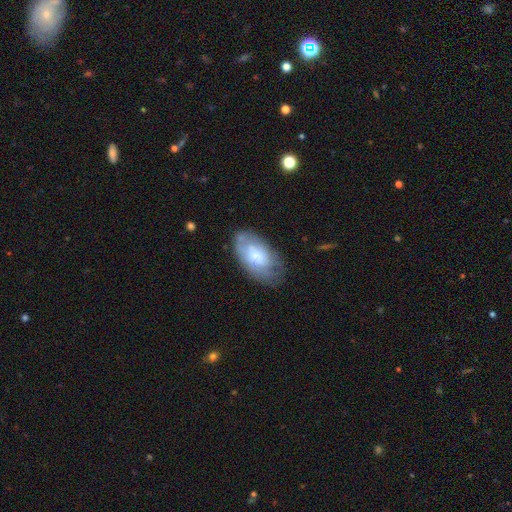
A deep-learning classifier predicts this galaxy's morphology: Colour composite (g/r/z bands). It shows a smooth galaxy with no disk features (54%) that is in between round and cigar-shaped (93%). Merging: none (63%).